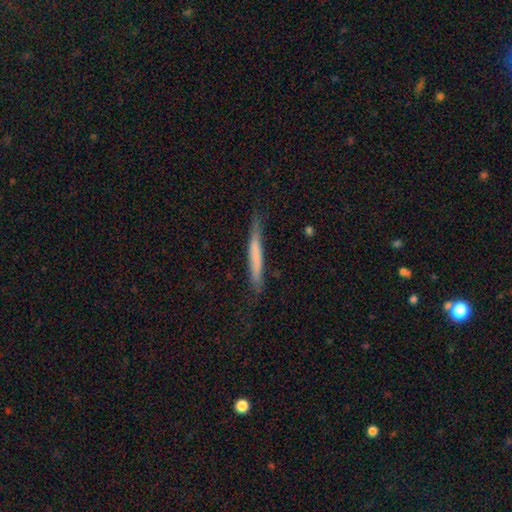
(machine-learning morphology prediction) The model was most divided on "smooth or featured": smooth: 57%, featured or disk: 37%, star or artifact: 6%. More confident: how rounded — cigar-shaped (96%); merging — none (73%).